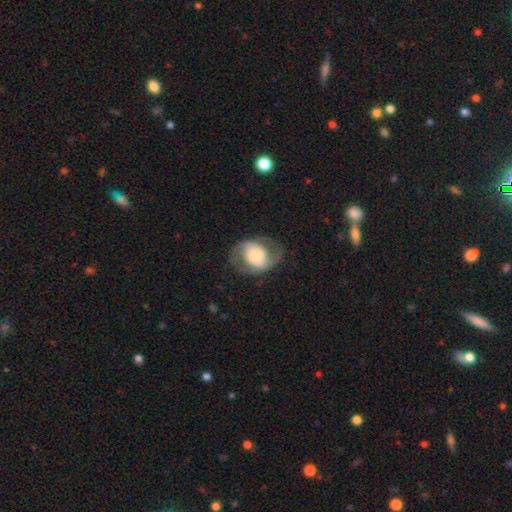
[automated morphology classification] smooth_or_featured: featured or disk (p=0.66) [alt: smooth p=0.27]
disk_edge_on: no (p=0.96) [alt: yes p=0.04]
bar: no (p=0.50) [alt: weak p=0.33]
has_spiral_arms: yes (p=0.79) [alt: no p=0.21]
spiral_winding: medium (p=0.50) [alt: loose p=0.26]
spiral_arm_count: 2 (p=0.86) [alt: can't tell p=0.07]
bulge_size: moderate (p=0.35) [alt: small p=0.33]
merging: none (p=0.69) [alt: minor disturbance p=0.16]